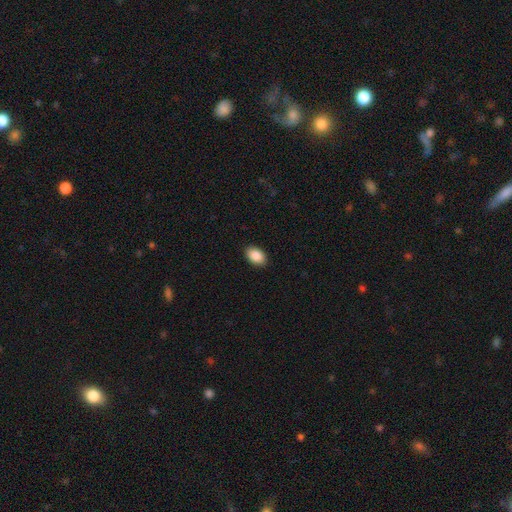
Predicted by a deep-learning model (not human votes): A smooth galaxy with no disk features (89%) that is in between round and cigar-shaped (90%).

Vote fractions:
- Smooth or featured? smooth: 89% / star or artifact: 7% / featured or disk: 4%
- How rounded? in between: 90% / round: 9% / cigar-shaped: 1%
- Merging? none: 90% / minor disturbance: 7% / major disturbance: 2% / merger: 1%